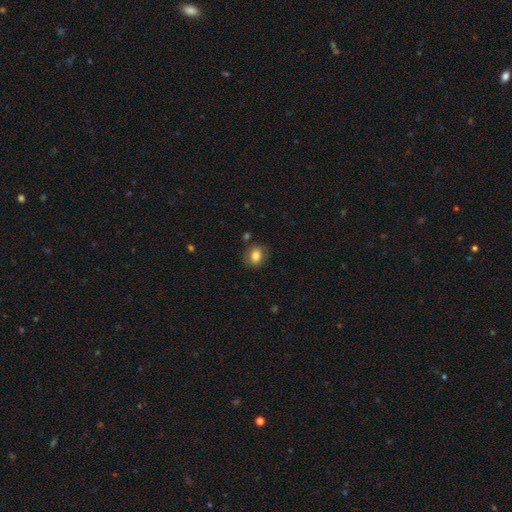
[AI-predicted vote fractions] A smooth galaxy with no disk features (81%) that is in between round and cigar-shaped (52%).

Vote fractions:
- Smooth or featured? smooth: 81% / featured or disk: 10% / star or artifact: 9%
- How rounded? in between: 52% / round: 47% / cigar-shaped: 1%
- Merging? none: 79% / minor disturbance: 13% / major disturbance: 4% / merger: 4%